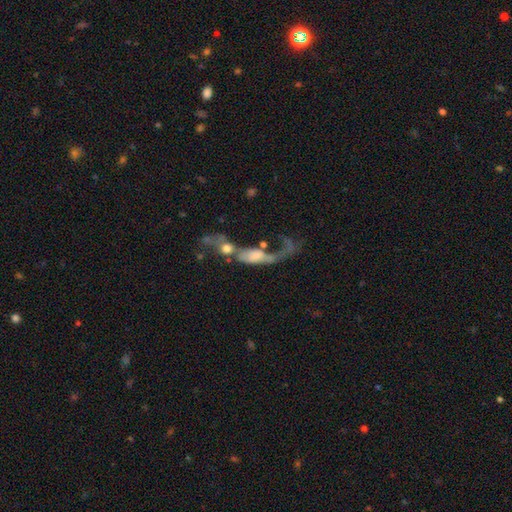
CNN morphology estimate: type=featured or disk (45%); merging=merger (63%).